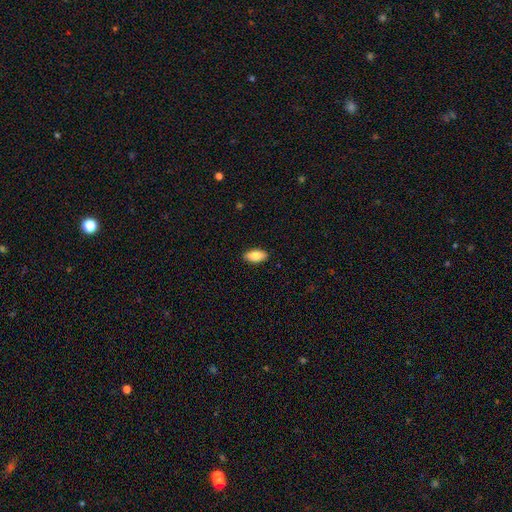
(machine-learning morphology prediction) A smooth galaxy with no disk features (86%) that is in between round and cigar-shaped (91%). Merging: none (89%).